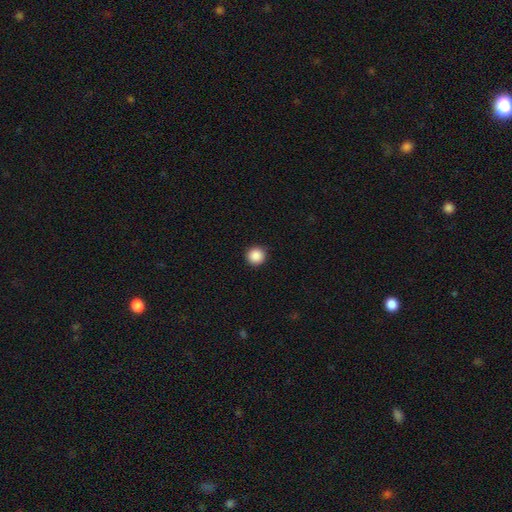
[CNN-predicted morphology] Overall: smooth (89%). How rounded: round (95%). Merging: none (92%).